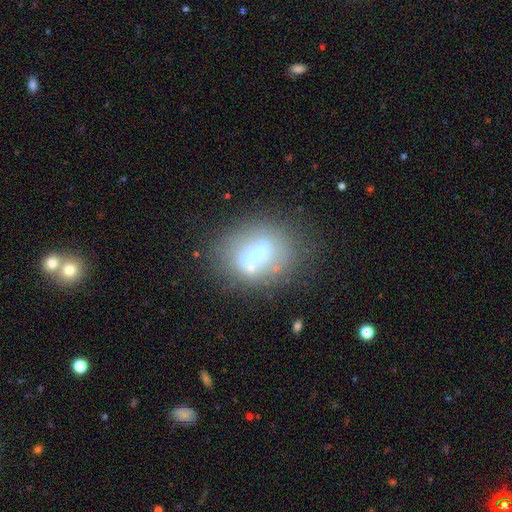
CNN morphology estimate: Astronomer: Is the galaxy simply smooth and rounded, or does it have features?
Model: smooth — 44% (runner-up: featured or disk, 42%).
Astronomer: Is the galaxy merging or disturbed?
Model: none — 45% (runner-up: merger, 20%).